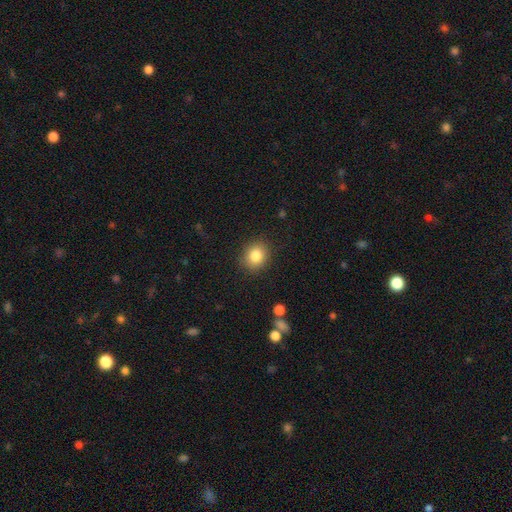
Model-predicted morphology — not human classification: Smooth or featured? Predicted: smooth (p=0.83). How rounded? Predicted: round (p=0.68). Merging? Predicted: none (p=0.88).